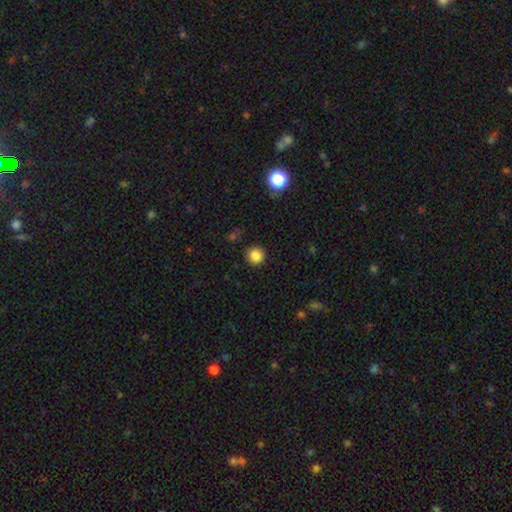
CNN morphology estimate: This is clearly a smooth galaxy (84%). How rounded: clearly round (94%). Merging: clearly none (91%).